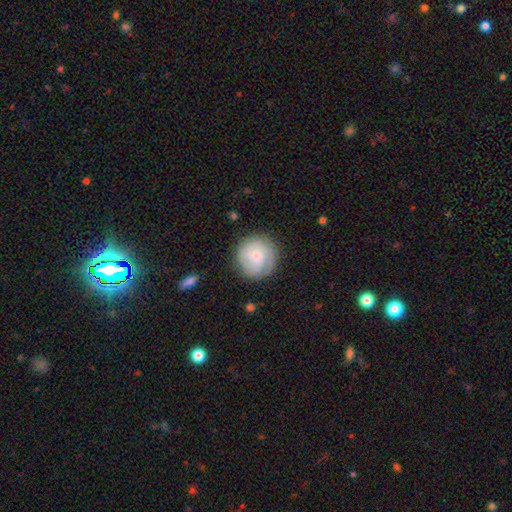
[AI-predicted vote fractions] smooth-or-featured: featured or disk: 50% | smooth: 43% | star or artifact: 7%
  disk-edge-on: no: 98% | yes: 2%
  merging: none: 81% | minor disturbance: 14% | major disturbance: 4% | merger: 1%